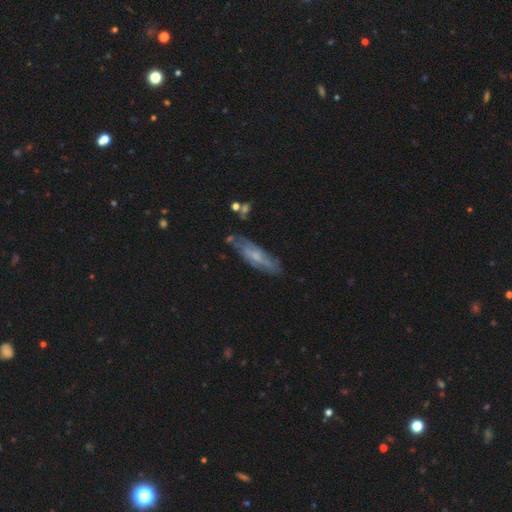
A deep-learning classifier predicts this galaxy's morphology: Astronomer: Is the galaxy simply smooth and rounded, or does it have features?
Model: featured or disk — 56% (runner-up: smooth, 37%).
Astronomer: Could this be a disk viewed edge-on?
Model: no — 63%.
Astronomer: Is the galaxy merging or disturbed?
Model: none — 68%.